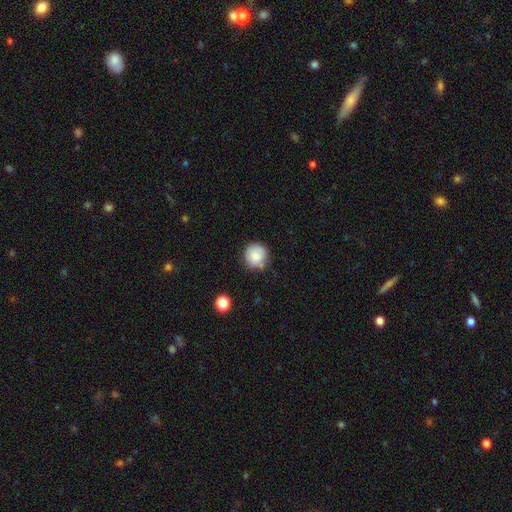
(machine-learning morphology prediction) This is clearly a smooth galaxy (82%). How rounded: clearly round (93%). Merging: likely none (77%).